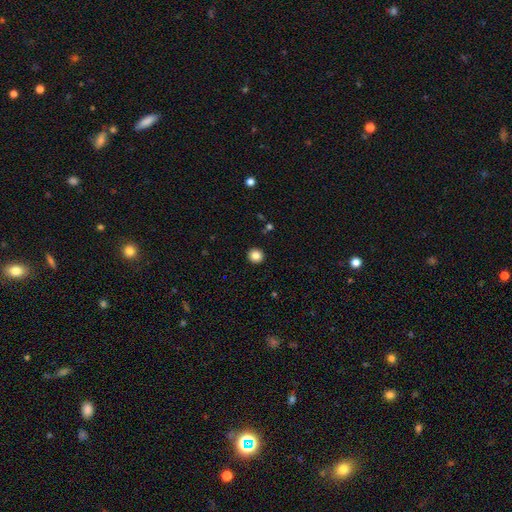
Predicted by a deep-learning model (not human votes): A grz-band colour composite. It shows a smooth galaxy with no disk features (84%) that is round (93%). Merging: none (93%).